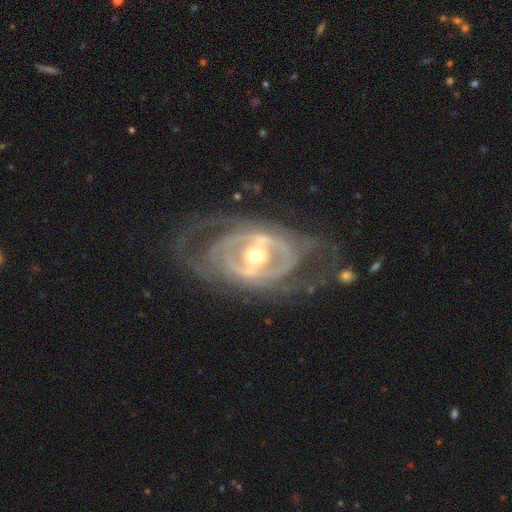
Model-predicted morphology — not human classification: featured or disk 87%, smooth 8%, star or artifact 5%. Down the decision tree: edge-on disk — no (94%); bar — strong (40%); spiral arms — yes (75%); spiral arm count — 2 (48%); spiral winding — tight (53%); bulge size — moderate (63%); merging — none (60%).